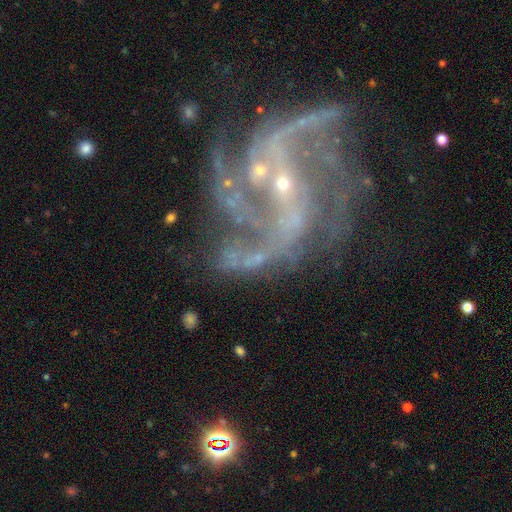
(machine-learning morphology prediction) A featured or disk galaxy (90%) with no bar (43%), 2 (34%) medium (45%) spiral arms (97%) and a small central bulge (83%).

Vote fractions:
- Smooth or featured? featured or disk: 90% / star or artifact: 8% / smooth: 3%
- Edge-on disk? no: 98% / yes: 2%
- Bar? no: 43% / weak: 34% / strong: 22%
- Spiral arms? yes: 97% / no: 3%
- Spiral winding? medium: 45% / loose: 41% / tight: 14%
- Spiral arm count? 2: 34% / 3: 22% / 4: 14% / can't tell: 13% / more than 4: 9% / 1: 8%
- Bulge size? small: 83% / moderate: 8% / none: 7% / large: 1% / dominant: 1%
- Merging? none: 53% / major disturbance: 23% / minor disturbance: 19% / merger: 6%